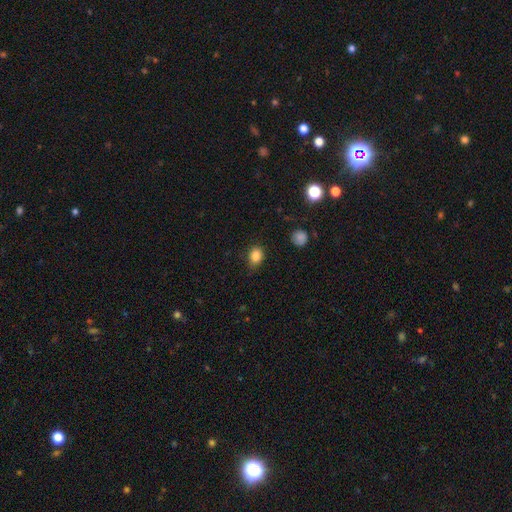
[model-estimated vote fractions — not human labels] smooth_or_featured: smooth (p=0.84) [alt: star or artifact p=0.11]
how_rounded: in between (p=0.50) [alt: round p=0.48]
merging: none (p=0.77) [alt: minor disturbance p=0.19]